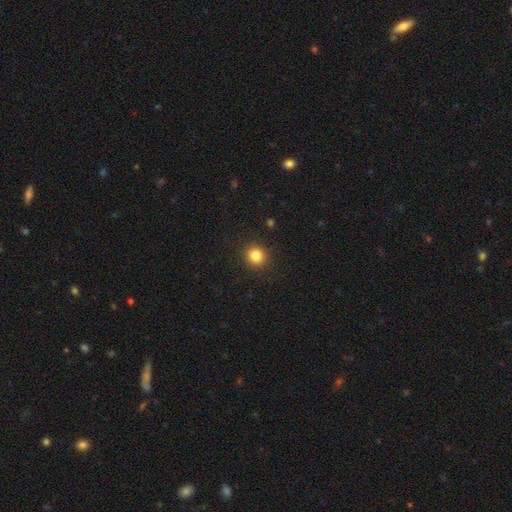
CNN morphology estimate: Q: Smooth or featured?
A: smooth (84%); runner-up: star or artifact (11%)
Q: How rounded?
A: round (88%); runner-up: in between (11%)
Q: Merging?
A: none (91%); runner-up: minor disturbance (6%)